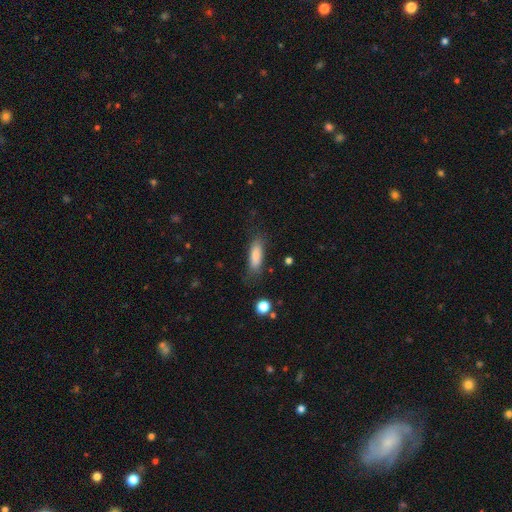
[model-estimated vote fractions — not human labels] Q: Smooth or featured?
A: smooth (83%); runner-up: featured or disk (10%)
Q: How rounded?
A: in between (58%); runner-up: cigar-shaped (40%)
Q: Merging?
A: none (74%); runner-up: minor disturbance (18%)